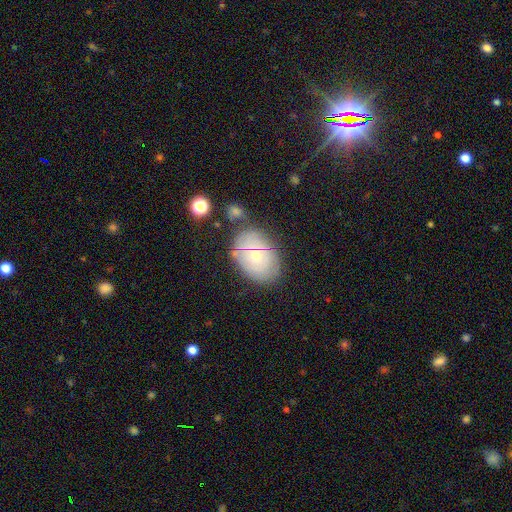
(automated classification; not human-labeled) Smooth or featured? featured or disk (49%)
Merging? none (68%)